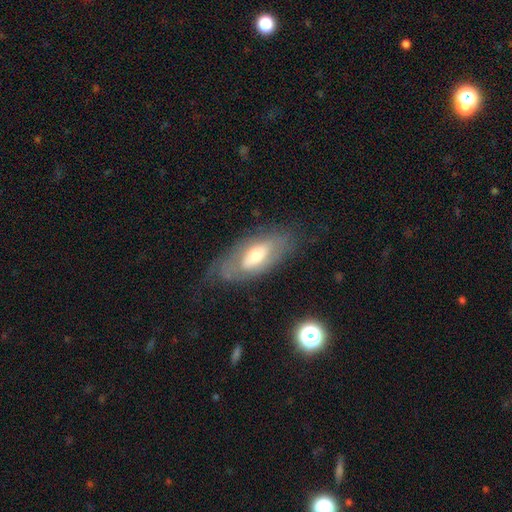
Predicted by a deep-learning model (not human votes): Morphology: type=featured or disk (53%); edge-on=no (79%); merging=none (58%).